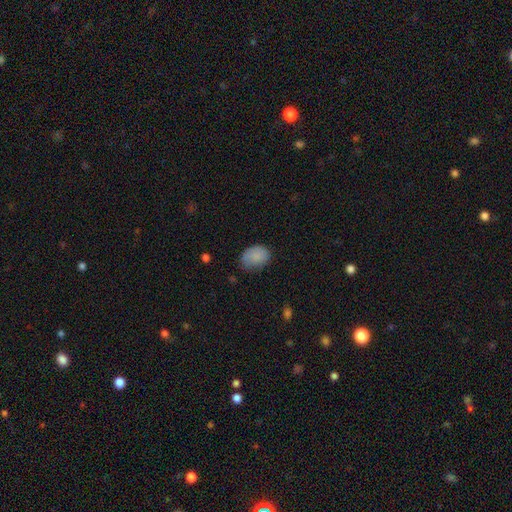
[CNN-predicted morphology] Q: Smooth or featured?
A: smooth (84%); runner-up: featured or disk (9%)
Q: How rounded?
A: in between (73%); runner-up: round (26%)
Q: Merging?
A: none (60%); runner-up: minor disturbance (30%)